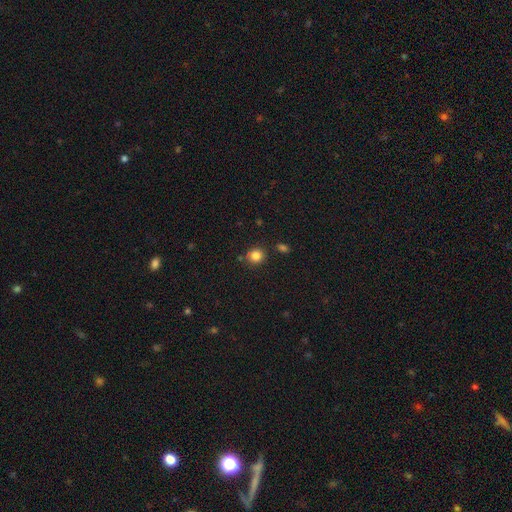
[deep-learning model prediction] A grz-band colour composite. It shows a smooth galaxy with no disk features (84%) that is round (86%). Merging: none (83%).